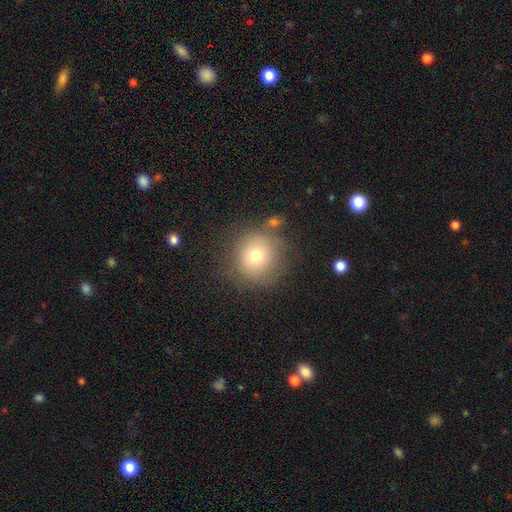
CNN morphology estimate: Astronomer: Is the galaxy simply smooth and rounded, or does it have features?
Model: smooth — 73%.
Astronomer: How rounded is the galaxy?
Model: round — 93%.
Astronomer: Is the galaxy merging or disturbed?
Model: none — 77%.